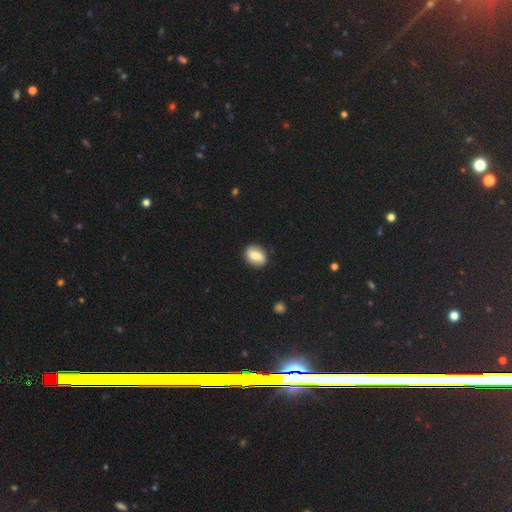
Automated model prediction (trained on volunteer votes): smooth-or-featured: smooth: 69% | featured or disk: 23% | star or artifact: 8%
  how-rounded: in between: 67% | round: 31% | cigar-shaped: 2%
  merging: none: 85% | minor disturbance: 11% | major disturbance: 3% | merger: 1%